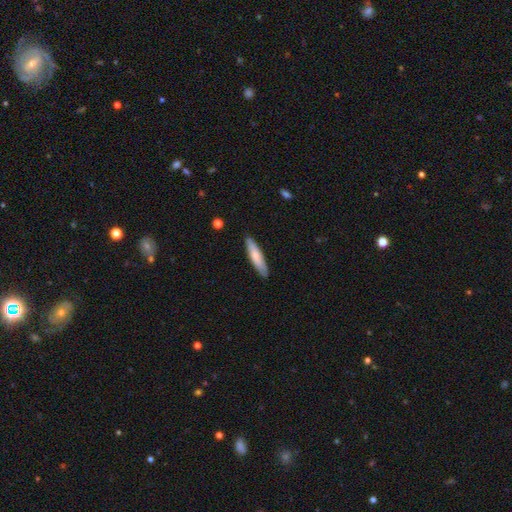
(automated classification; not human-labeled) Morphology: type=smooth (72%); roundness=cigar-shaped (80%); merging=none (87%).